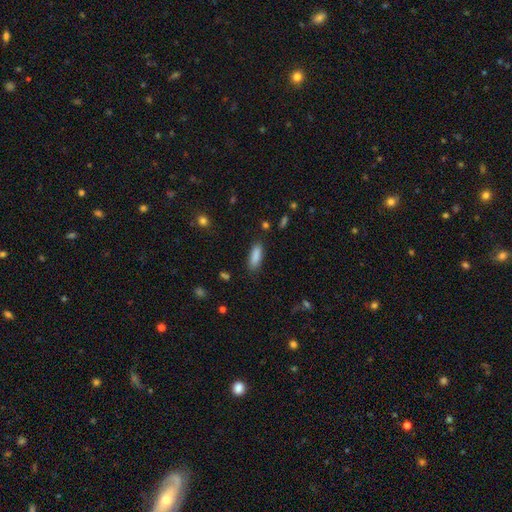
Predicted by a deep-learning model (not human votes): Morphology: type=smooth (88%); roundness=in between (61%); merging=none (85%).